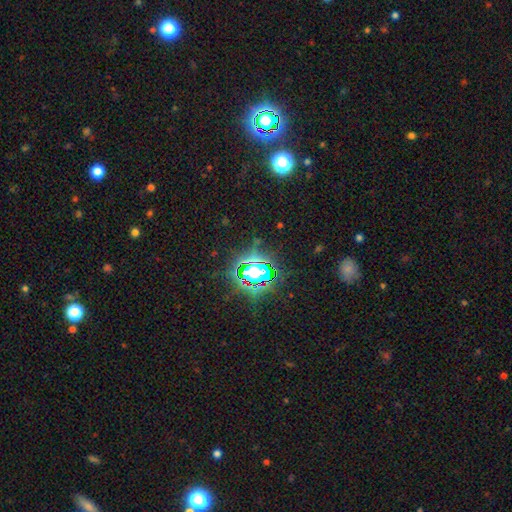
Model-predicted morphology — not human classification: star or artifact 82%, smooth 11%, featured or disk 7%.